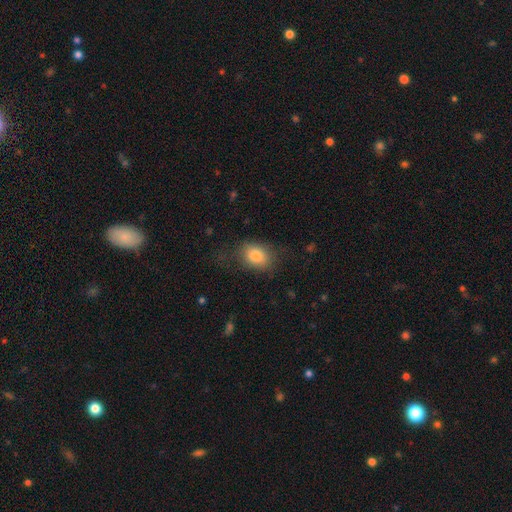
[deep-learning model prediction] A smooth galaxy with no disk features (81%) that is in between round and cigar-shaped (65%). Merging: none (70%).